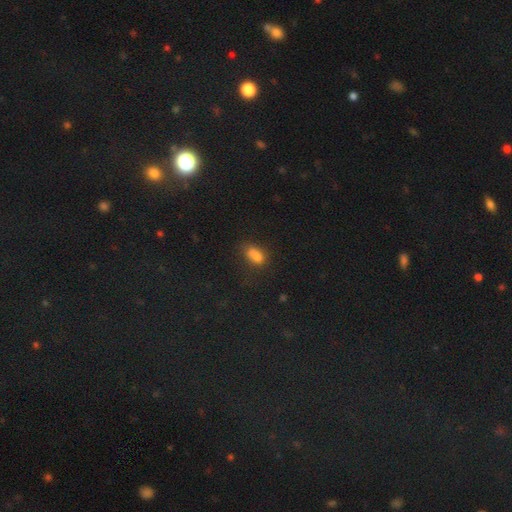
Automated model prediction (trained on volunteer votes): Smooth or featured: smooth — 72% (star or artifact — 14%)
How rounded: in between — 73% (round — 23%)
Merging: none — 36% (merger — 34%)